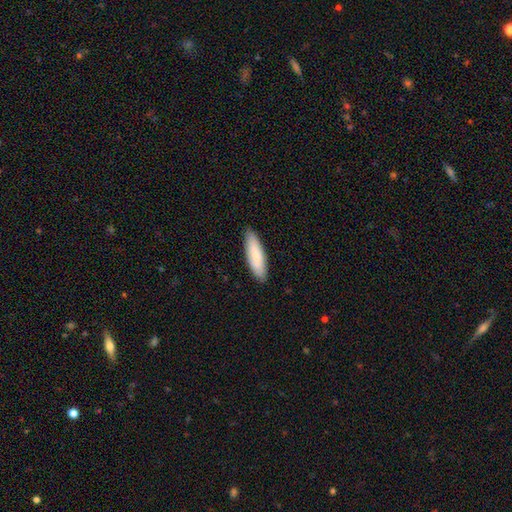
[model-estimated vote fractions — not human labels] Smooth or featured: smooth — 79% (featured or disk — 15%)
How rounded: cigar-shaped — 57% (in between — 41%)
Merging: none — 87% (minor disturbance — 10%)